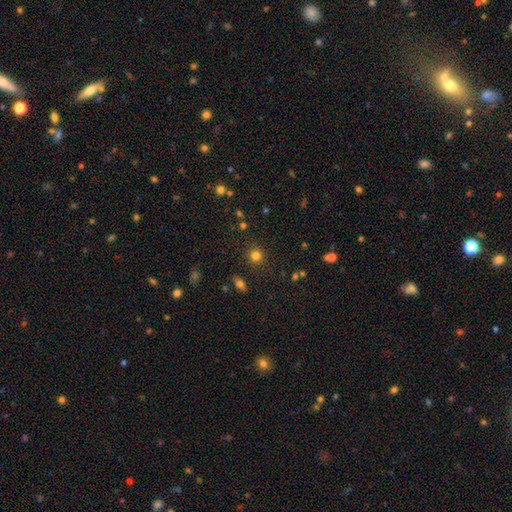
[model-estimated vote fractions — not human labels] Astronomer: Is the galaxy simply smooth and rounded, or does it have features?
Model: smooth — 80%.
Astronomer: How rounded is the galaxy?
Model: round — 90%.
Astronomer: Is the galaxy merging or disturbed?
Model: none — 88%.